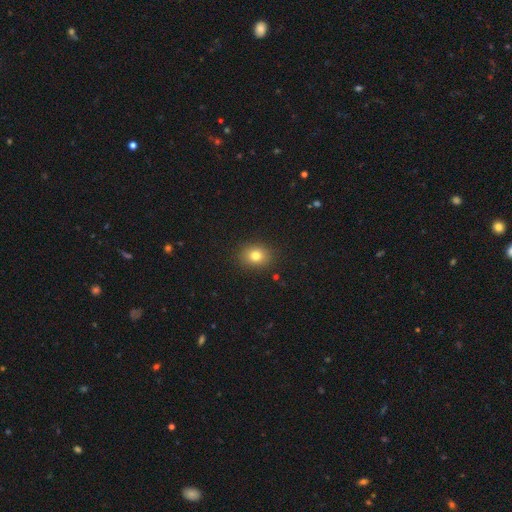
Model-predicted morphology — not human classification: Smooth or featured? smooth (79%)
How rounded? round (59%)
Merging? none (88%)